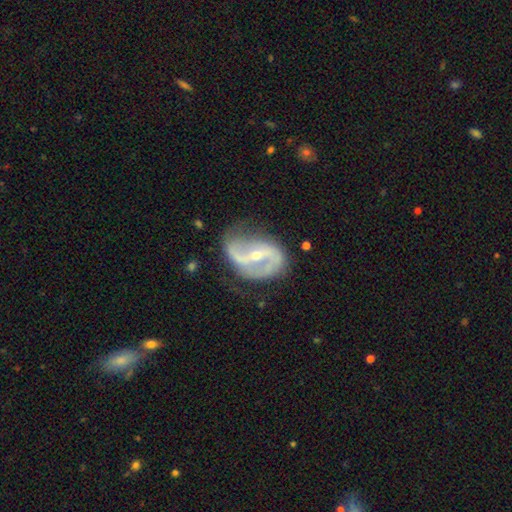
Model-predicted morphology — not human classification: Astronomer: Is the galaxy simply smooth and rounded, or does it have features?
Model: featured or disk — 88%.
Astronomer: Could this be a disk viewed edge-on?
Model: no — 96%.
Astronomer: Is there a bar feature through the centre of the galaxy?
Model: strong — 53% (runner-up: weak, 30%).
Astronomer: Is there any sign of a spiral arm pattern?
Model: yes — 92%.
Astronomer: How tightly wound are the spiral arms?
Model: loose — 51% (runner-up: medium, 37%).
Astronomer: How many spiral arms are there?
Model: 2 — 88%.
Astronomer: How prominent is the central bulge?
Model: small — 62%.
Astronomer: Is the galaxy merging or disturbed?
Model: none — 59%.